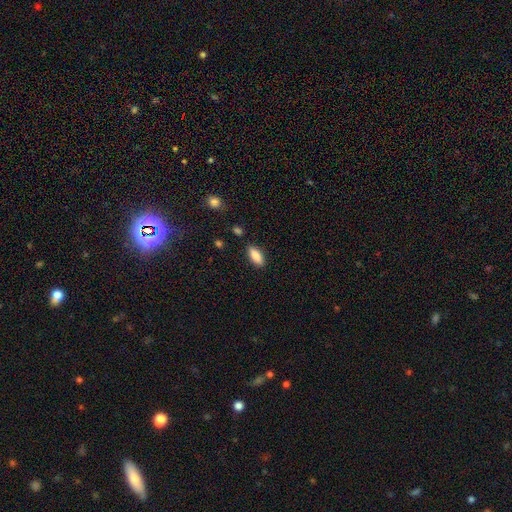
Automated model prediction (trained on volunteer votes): Q: Smooth or featured?
A: smooth (85%); runner-up: featured or disk (8%)
Q: How rounded?
A: in between (80%); runner-up: cigar-shaped (18%)
Q: Merging?
A: none (86%); runner-up: minor disturbance (10%)